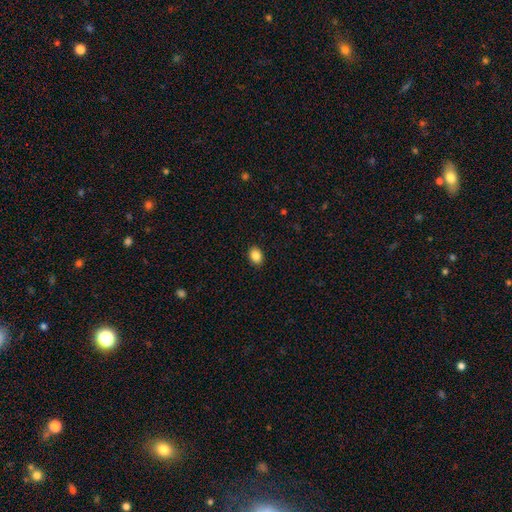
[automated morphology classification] A smooth galaxy with no disk features (86%) that is in between round and cigar-shaped (68%).

Vote fractions:
- Smooth or featured? smooth: 86% / star or artifact: 9% / featured or disk: 5%
- How rounded? in between: 68% / round: 31% / cigar-shaped: 1%
- Merging? none: 90% / minor disturbance: 7% / major disturbance: 2% / merger: 1%